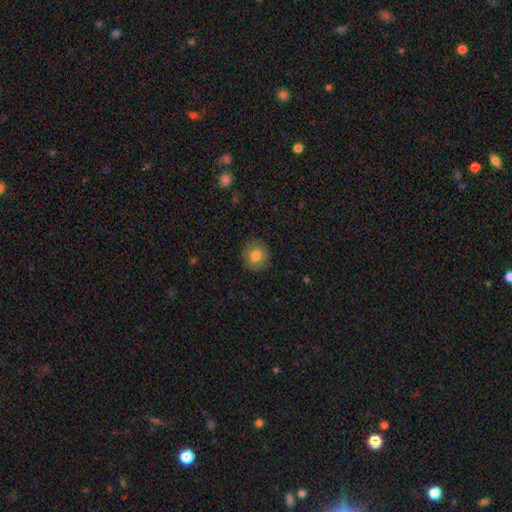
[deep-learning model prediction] A smooth galaxy with no disk features (78%) that is round (89%).

Vote fractions:
- Smooth or featured? smooth: 78% / featured or disk: 13% / star or artifact: 9%
- How rounded? round: 89% / in between: 10% / cigar-shaped: 1%
- Merging? none: 87% / minor disturbance: 10% / major disturbance: 2% / merger: 1%